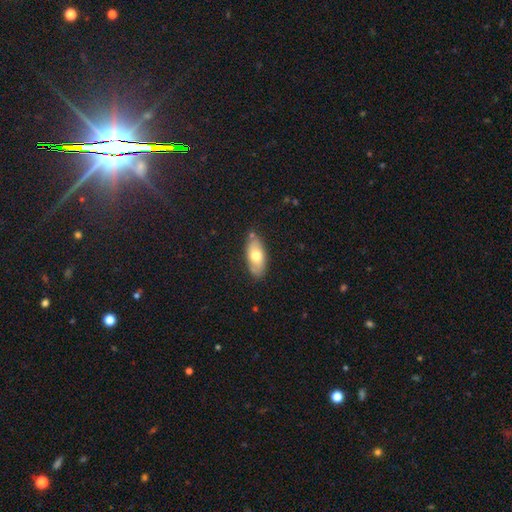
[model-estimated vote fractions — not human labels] smooth-or-featured: smooth: 65% | featured or disk: 29% | star or artifact: 7%
  how-rounded: in between: 87% | cigar-shaped: 9% | round: 3%
  merging: none: 79% | minor disturbance: 15% | merger: 3% | major disturbance: 3%